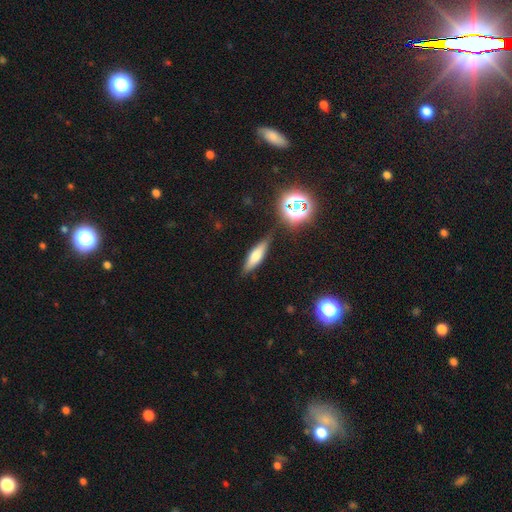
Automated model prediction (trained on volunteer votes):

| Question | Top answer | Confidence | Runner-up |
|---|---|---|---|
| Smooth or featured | smooth | 57% | featured or disk (32%) |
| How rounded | cigar-shaped | 66% | in between (31%) |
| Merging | none | 80% | minor disturbance (13%) |